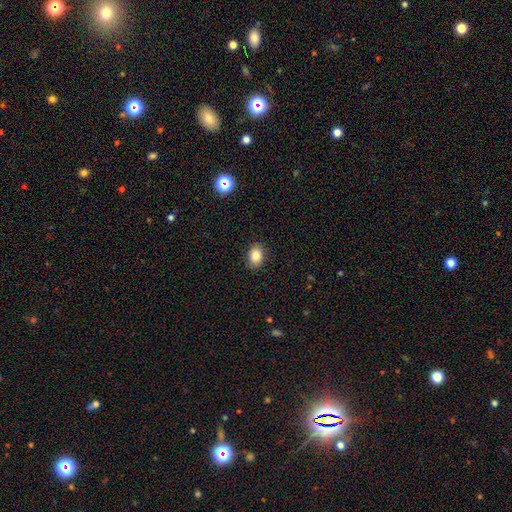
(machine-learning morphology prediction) Smooth or featured?
  - smooth: 85% *
  - star or artifact: 9%
  - featured or disk: 6%
How rounded?
  - in between: 76% *
  - round: 23%
  - cigar-shaped: 1%
Merging?
  - none: 88% *
  - minor disturbance: 9%
  - major disturbance: 2%
  - merger: 1%